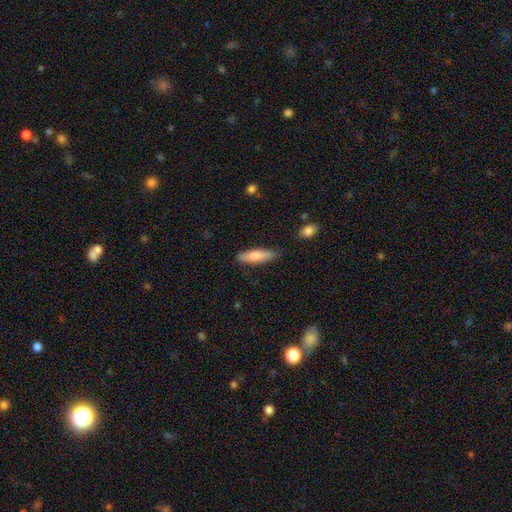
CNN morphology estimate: type=smooth (78%); roundness=cigar-shaped (65%); merging=none (84%).